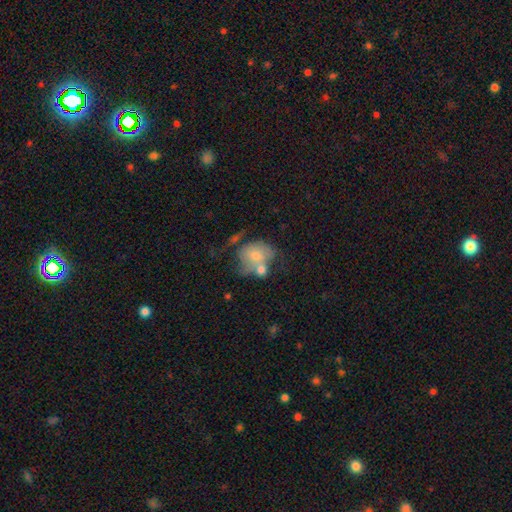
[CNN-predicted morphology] Smooth or featured? Predicted: smooth (p=0.59). How rounded? Predicted: in between (p=0.51). Merging? Predicted: merger (p=0.40).